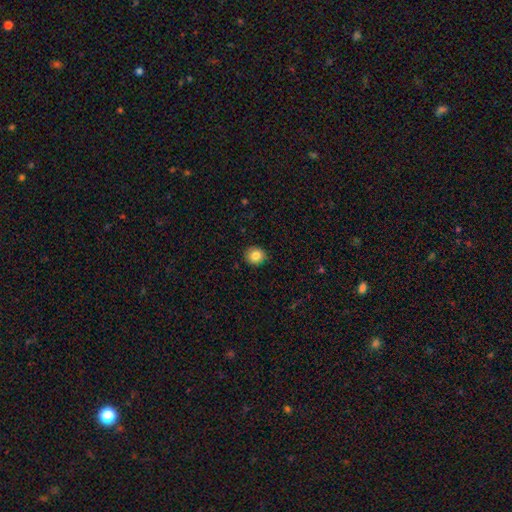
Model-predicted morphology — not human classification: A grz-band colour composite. It shows a smooth galaxy with no disk features (84%) that is round (82%). Merging: none (88%).